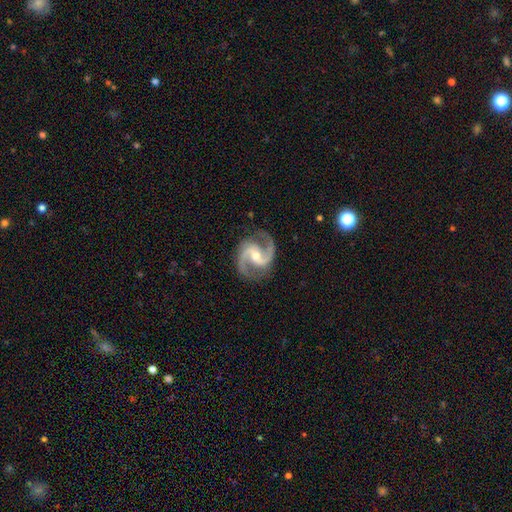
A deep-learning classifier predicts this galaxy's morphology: Smooth or featured? Predicted: featured or disk (p=0.94). Edge-on disk? Predicted: no (p=0.98). Bar? Predicted: weak (p=0.44). Spiral arms? Predicted: yes (p=0.99). Spiral winding? Predicted: medium (p=0.68). Spiral arm count? Predicted: 2 (p=0.94). Bulge size? Predicted: moderate (p=0.61). Merging? Predicted: none (p=0.85).